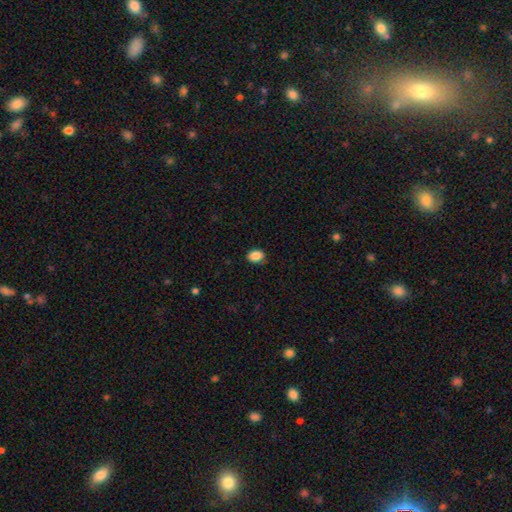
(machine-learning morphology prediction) smooth 88%, star or artifact 8%, featured or disk 4%. Down the decision tree: how rounded — in between (76%); merging — none (86%).